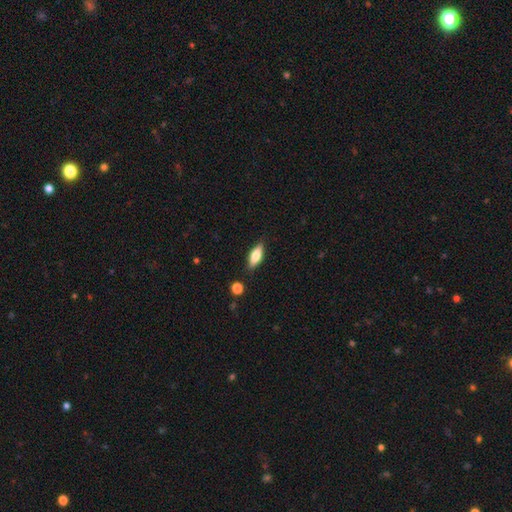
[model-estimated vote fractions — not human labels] Smooth or featured: smooth — 71% (featured or disk — 23%)
How rounded: in between — 68% (cigar-shaped — 29%)
Merging: none — 85% (minor disturbance — 11%)